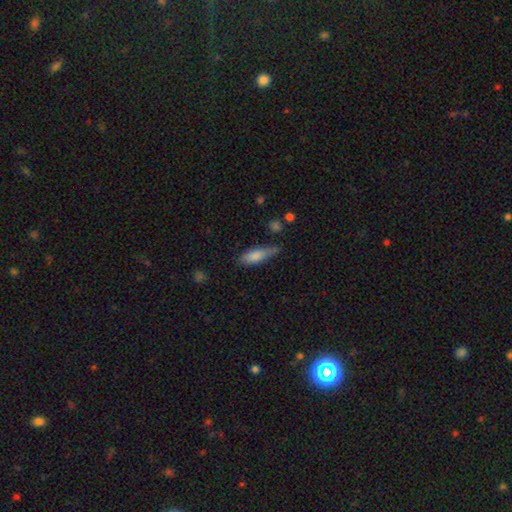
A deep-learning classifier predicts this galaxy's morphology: smooth_or_featured: smooth (p=0.78) [alt: featured or disk p=0.15]
how_rounded: cigar-shaped (p=0.49) [alt: in between p=0.48]
merging: none (p=0.51) [alt: minor disturbance p=0.35]